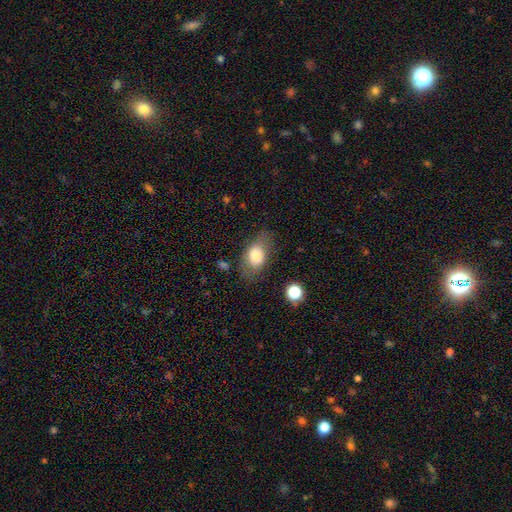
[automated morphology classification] This is likely a smooth galaxy (74%). How rounded: clearly in between (85%). Merging: likely none (68%).